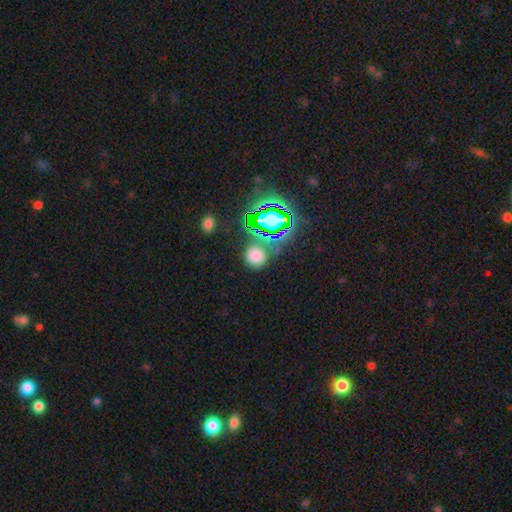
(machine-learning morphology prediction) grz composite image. It shows a smooth galaxy with no disk features (65%) that is round (88%). Merging: none (75%).